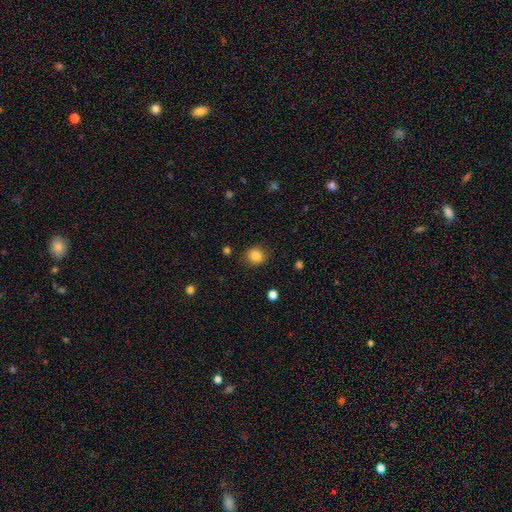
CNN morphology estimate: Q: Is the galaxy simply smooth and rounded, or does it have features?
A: smooth — 84%.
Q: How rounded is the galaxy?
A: round — 81%.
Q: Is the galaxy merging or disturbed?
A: none — 86%.